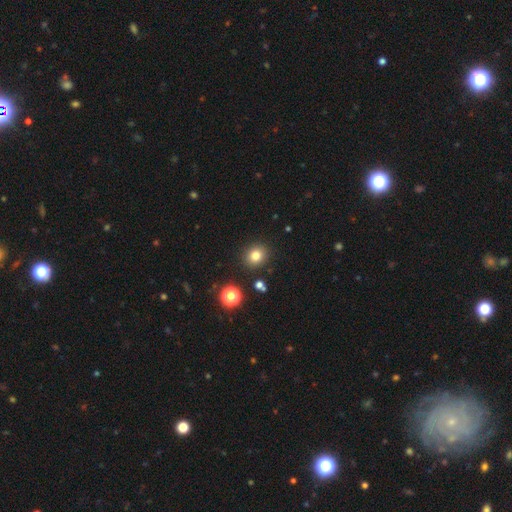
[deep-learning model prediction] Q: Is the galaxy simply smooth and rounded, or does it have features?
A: smooth — 80%.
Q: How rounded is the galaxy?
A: round — 78%.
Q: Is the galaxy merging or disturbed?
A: none — 89%.